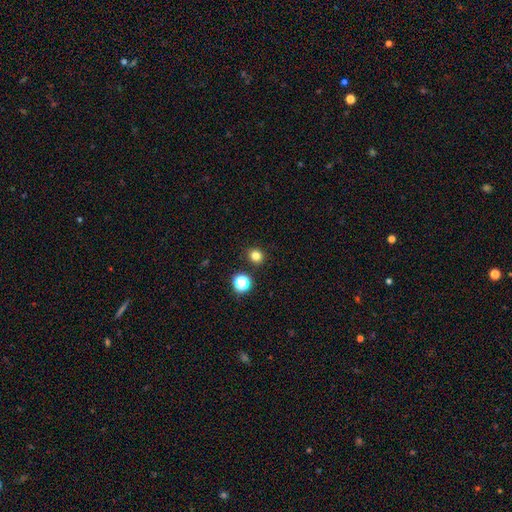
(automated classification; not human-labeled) This appears to be a smooth galaxy with no disk features (79%) that is round (85%). Merging: none (88%).